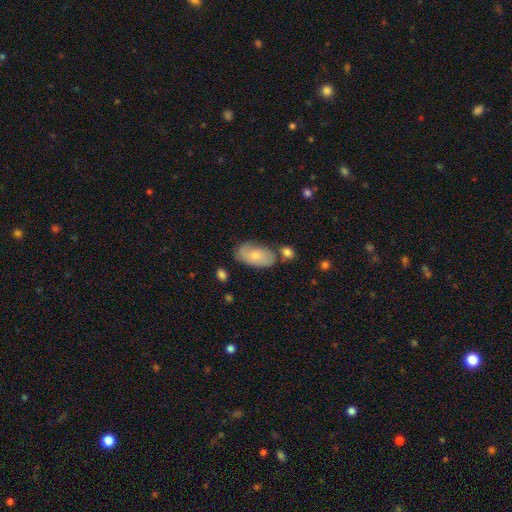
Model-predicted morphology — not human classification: type=smooth (70%); roundness=in between (94%); merging=none (61%).